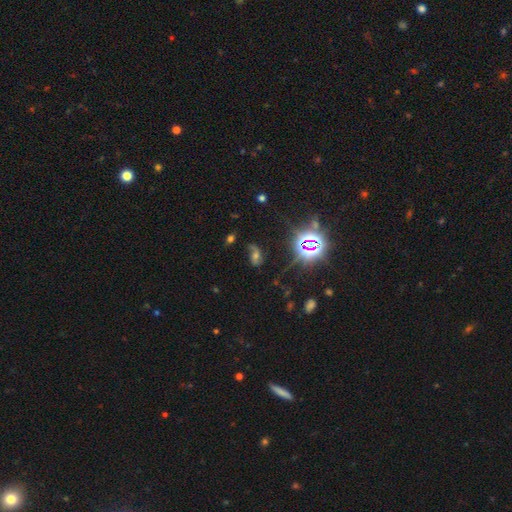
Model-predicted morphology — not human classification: featured or disk 43%, star or artifact 37%, smooth 21%. Down the decision tree: merging — none (57%).